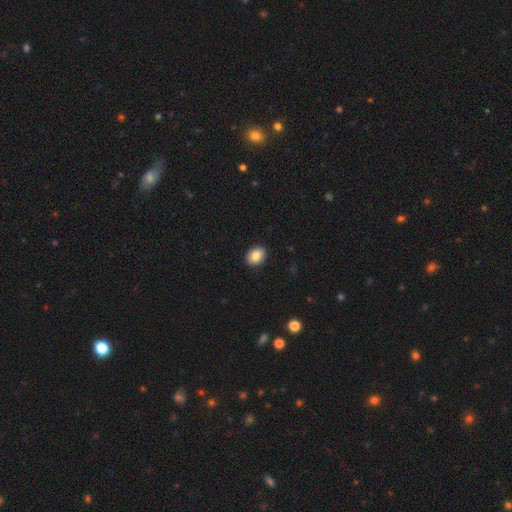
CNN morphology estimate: This appears to be a smooth galaxy with no disk features (87%) that is in between round and cigar-shaped (60%). Merging: none (90%).